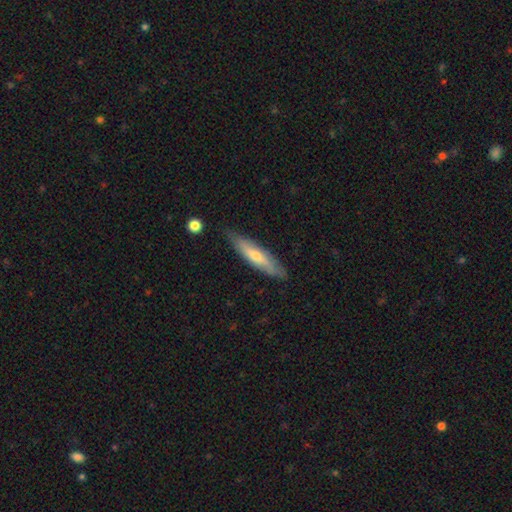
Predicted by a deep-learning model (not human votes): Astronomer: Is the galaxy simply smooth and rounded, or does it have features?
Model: smooth — 51% (runner-up: featured or disk, 43%).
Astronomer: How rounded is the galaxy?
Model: cigar-shaped — 79%.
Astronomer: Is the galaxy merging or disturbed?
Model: none — 81%.